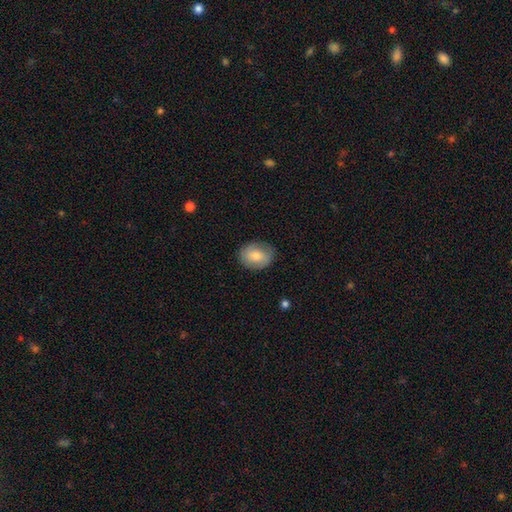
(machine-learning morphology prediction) A smooth galaxy with no disk features (76%) that is in between round and cigar-shaped (52%). Merging: none (82%).